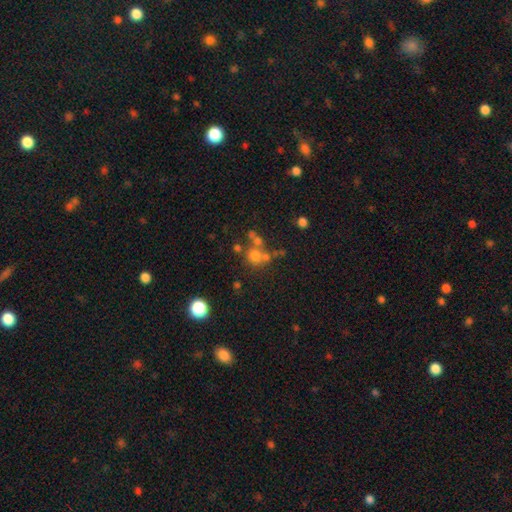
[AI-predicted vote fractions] smooth_or_featured: smooth (p=0.64) [alt: star or artifact p=0.20]
how_rounded: round (p=0.86) [alt: in between p=0.13]
merging: none (p=0.51) [alt: merger p=0.34]